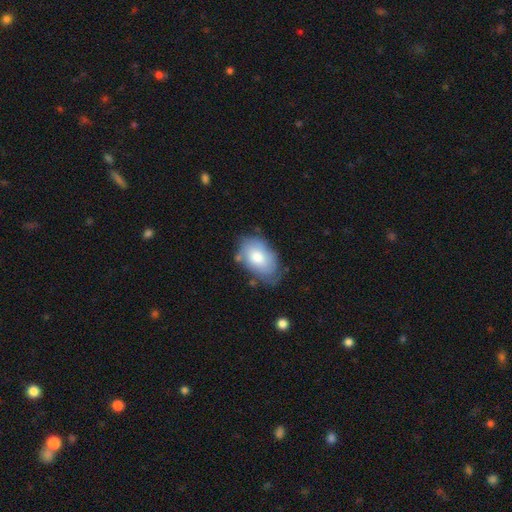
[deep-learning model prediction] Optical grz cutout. It shows a smooth galaxy with no disk features (68%) that is in between round and cigar-shaped (90%). Merging: none (61%).